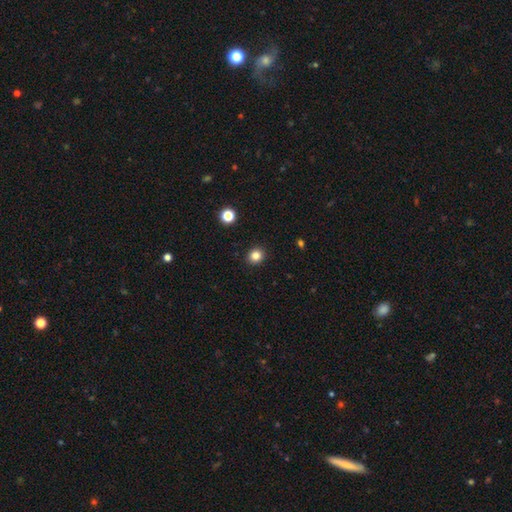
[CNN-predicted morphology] A smooth galaxy with no disk features (84%) that is round (83%). Merging: none (92%).